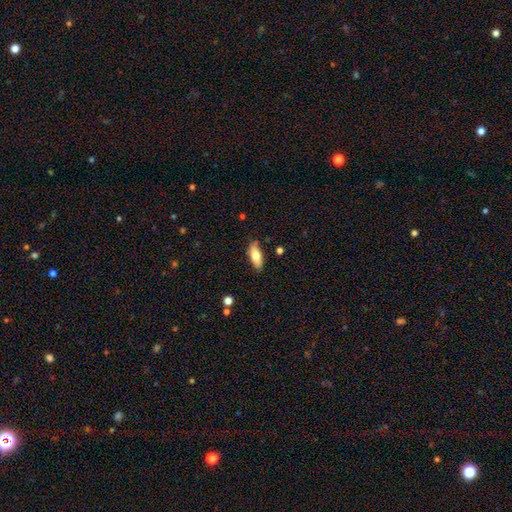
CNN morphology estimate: The model was most divided on "smooth or featured": smooth: 71%, featured or disk: 23%, star or artifact: 6%. More confident: merging — none (82%); how rounded — in between (77%).